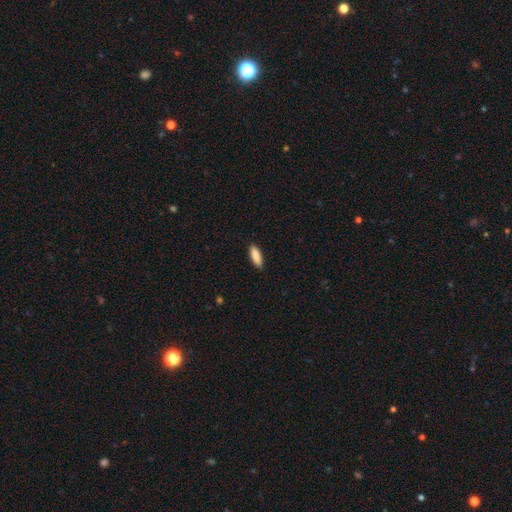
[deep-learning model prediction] The model was most divided on "how rounded": in between: 58%, cigar-shaped: 40%, round: 2%. More confident: smooth or featured — smooth (89%); merging — none (89%).